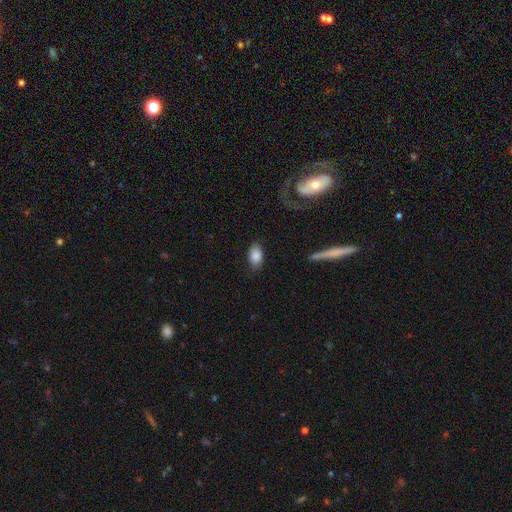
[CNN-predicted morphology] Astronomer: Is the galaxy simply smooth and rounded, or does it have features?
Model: smooth — 87%.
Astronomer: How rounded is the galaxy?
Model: in between — 91%.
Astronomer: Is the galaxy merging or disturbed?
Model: none — 80%.